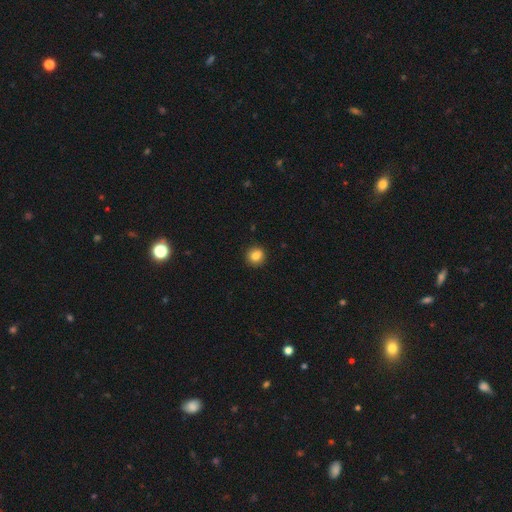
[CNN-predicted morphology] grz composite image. It shows a smooth galaxy with no disk features (84%) that is round (87%). Merging: none (89%).